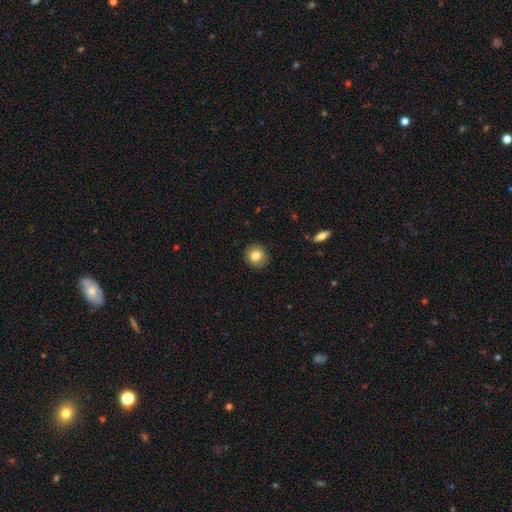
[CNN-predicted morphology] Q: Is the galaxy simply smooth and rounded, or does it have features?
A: smooth — 81%.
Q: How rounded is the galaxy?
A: round — 91%.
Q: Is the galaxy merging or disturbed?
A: none — 90%.